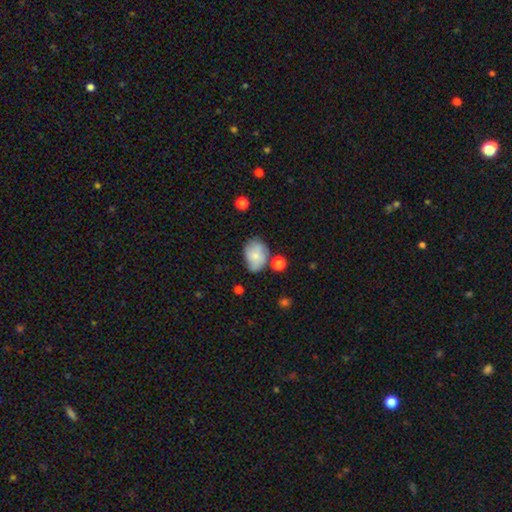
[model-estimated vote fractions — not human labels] Smooth or featured? Predicted: smooth (p=0.67). How rounded? Predicted: in between (p=0.69). Merging? Predicted: none (p=0.52).